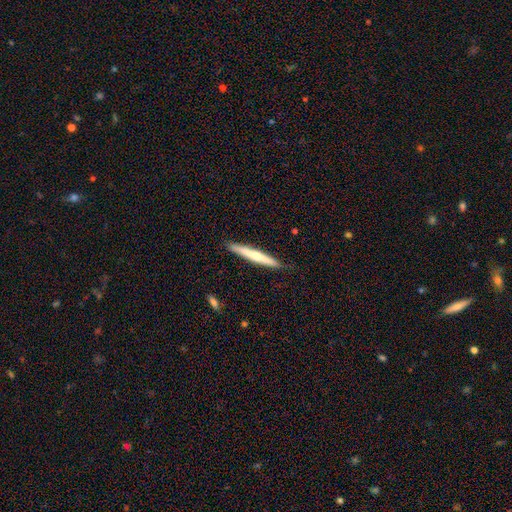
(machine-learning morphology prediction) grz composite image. It shows a smooth galaxy with no disk features (49%). Merging: none (88%).